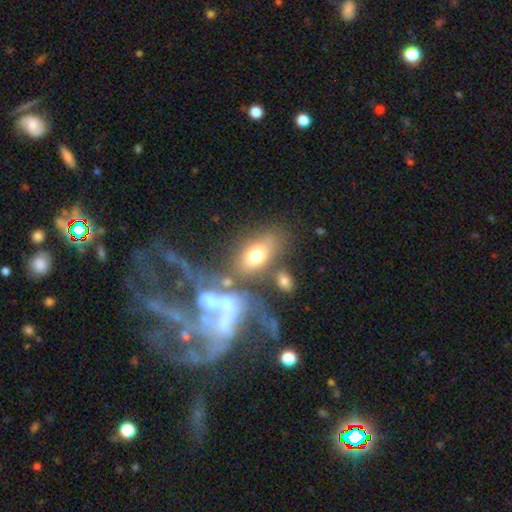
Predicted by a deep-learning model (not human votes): Smooth or featured: smooth — 63% (featured or disk — 25%)
How rounded: in between — 85% (round — 12%)
Merging: none — 48% (merger — 23%)